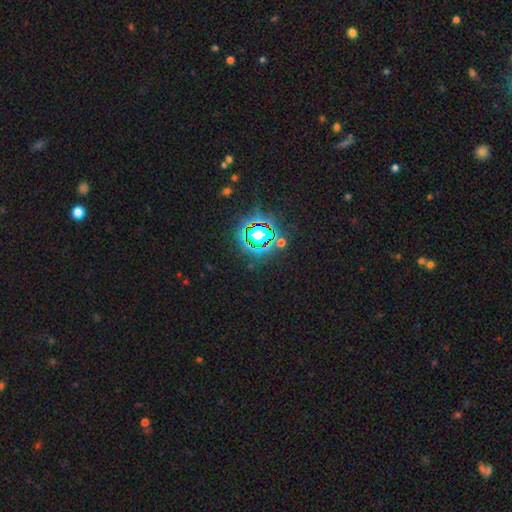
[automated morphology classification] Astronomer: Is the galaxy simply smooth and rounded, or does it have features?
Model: star or artifact — 84%.